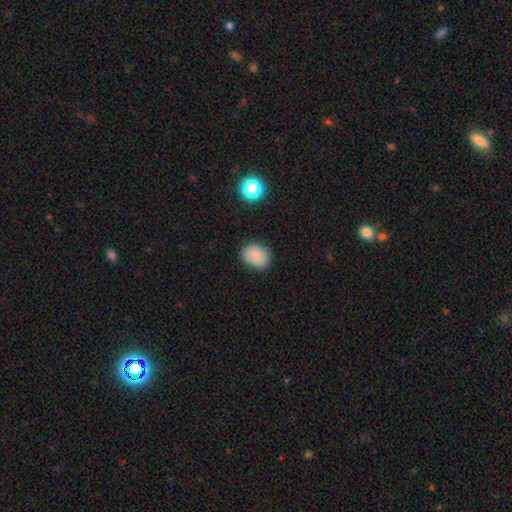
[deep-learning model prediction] Smooth or featured? Predicted: smooth (p=0.81). How rounded? Predicted: in between (p=0.55). Merging? Predicted: none (p=0.82).